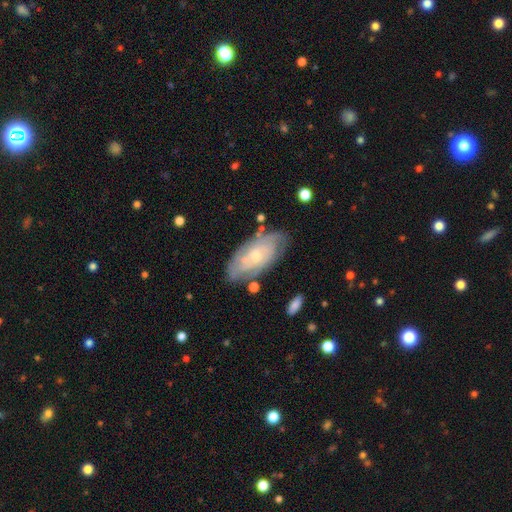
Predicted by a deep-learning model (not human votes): This is likely a featured or disk galaxy (70%). It is clearly not viewed edge-on (93%). Bar: likely no (74%). Spiral arm pattern: clearly yes (83%). Spiral arm count: possibly can't tell (55%). Spiral winding: likely tight (64%). Central bulge: likely small (65%). Merging: likely none (72%).